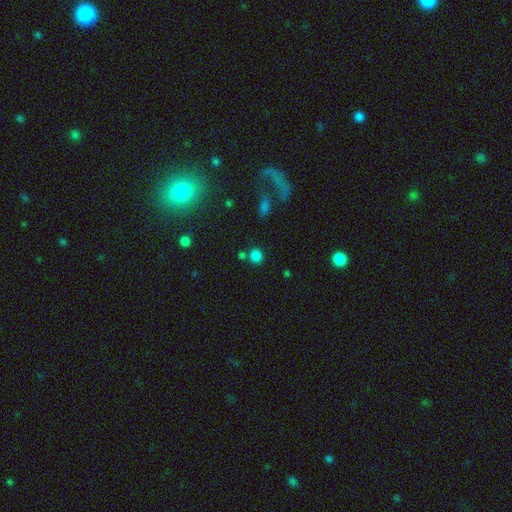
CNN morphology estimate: type=smooth (80%); roundness=round (84%); merging=none (72%).